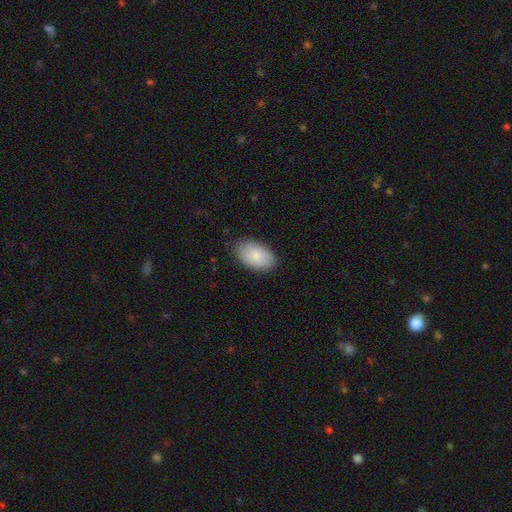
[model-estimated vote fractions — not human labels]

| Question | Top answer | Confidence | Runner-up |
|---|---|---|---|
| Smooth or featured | smooth | 85% | featured or disk (9%) |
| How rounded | in between | 94% | round (5%) |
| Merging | none | 84% | minor disturbance (12%) |